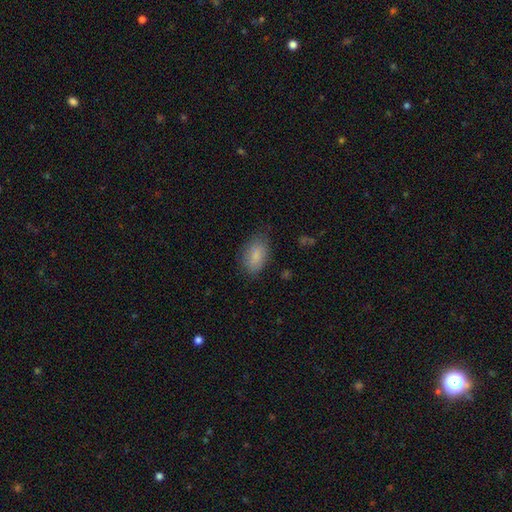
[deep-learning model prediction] Smooth or featured? smooth (84%)
How rounded? in between (92%)
Merging? none (76%)